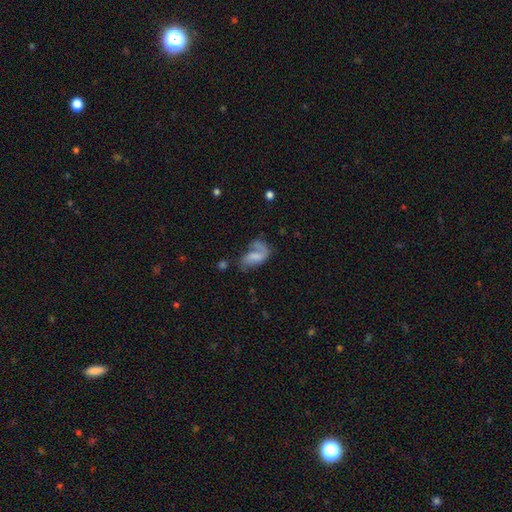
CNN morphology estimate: A smooth galaxy with no disk features (46%). Merging: major disturbance (37%).